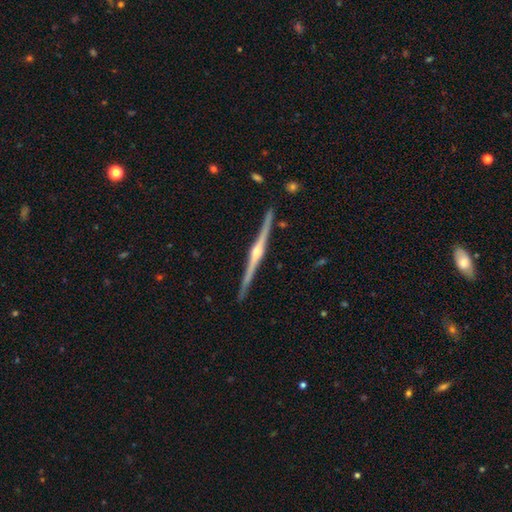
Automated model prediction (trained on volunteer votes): smooth-or-featured: featured or disk: 89% | smooth: 7% | star or artifact: 4%
  disk-edge-on: yes: 99% | no: 1%
    edge-on-bulge: rounded: 90% | boxy: 5% | none: 4%
  merging: none: 92% | minor disturbance: 6% | merger: 1% | major disturbance: 1%